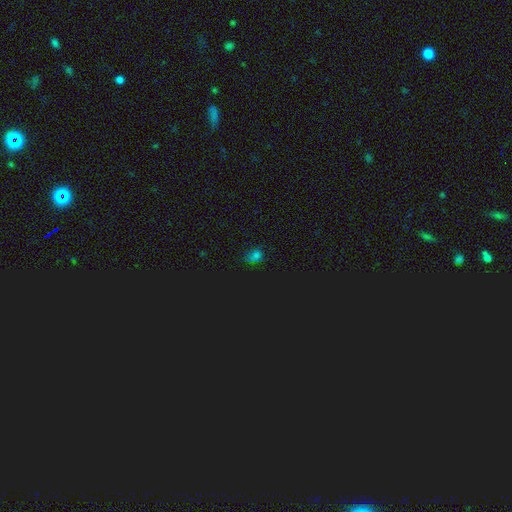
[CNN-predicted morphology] Smooth or featured: smooth — 53% (star or artifact — 39%)
How rounded: in between — 56% (round — 42%)
Merging: none — 54% (minor disturbance — 29%)